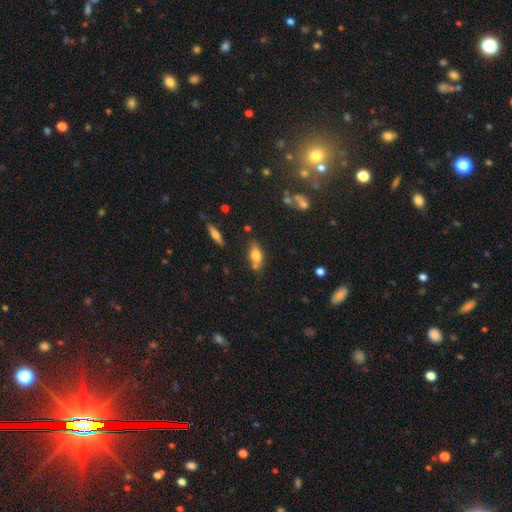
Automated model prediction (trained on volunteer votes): Morphology: type=smooth (72%); roundness=in between (81%); merging=none (63%).